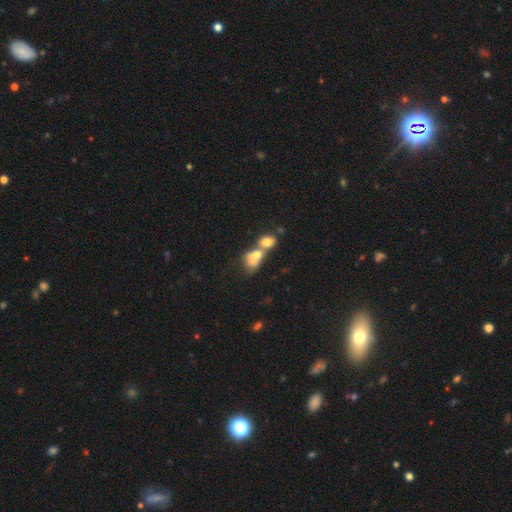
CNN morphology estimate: smooth 70%, featured or disk 19%, star or artifact 11%. Down the decision tree: how rounded — in between (59%); merging — merger (72%).